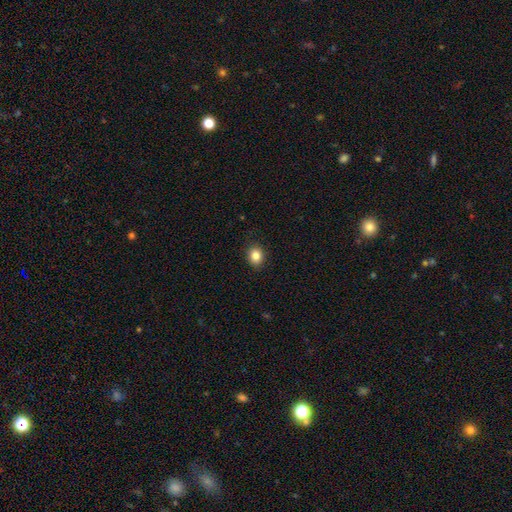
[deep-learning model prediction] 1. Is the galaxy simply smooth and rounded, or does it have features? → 85% smooth, 10% star or artifact, 5% featured or disk.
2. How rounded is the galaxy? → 61% round, 38% in between, 1% cigar-shaped.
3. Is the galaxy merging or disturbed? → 89% none, 8% minor disturbance, 2% major disturbance, 1% merger.